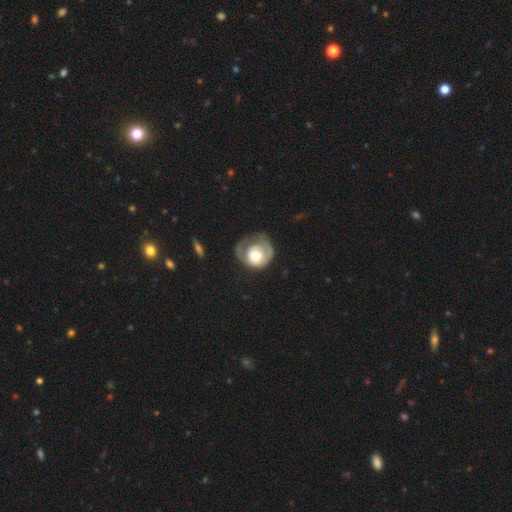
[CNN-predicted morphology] Smooth or featured?
  - featured or disk: 47% * (tied)
  - smooth: 47% * (tied)
  - star or artifact: 6%
Merging?
  - major disturbance: 38% *
  - none: 33%
  - minor disturbance: 27%
  - merger: 3%